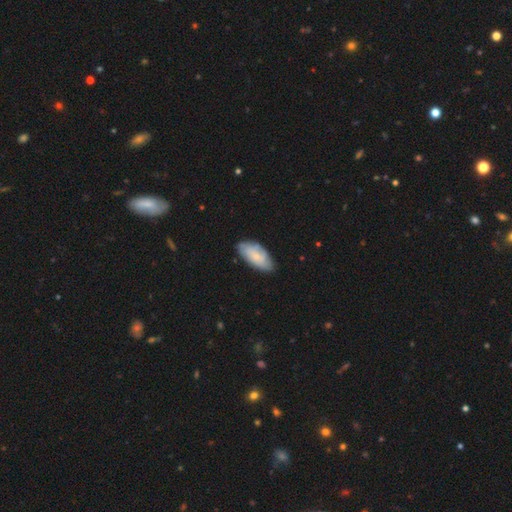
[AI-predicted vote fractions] Smooth or featured?
  - smooth: 67% *
  - featured or disk: 27%
  - star or artifact: 6%
How rounded?
  - in between: 91% *
  - cigar-shaped: 7%
  - round: 2%
Merging?
  - none: 75% *
  - minor disturbance: 20%
  - major disturbance: 3%
  - merger: 2%